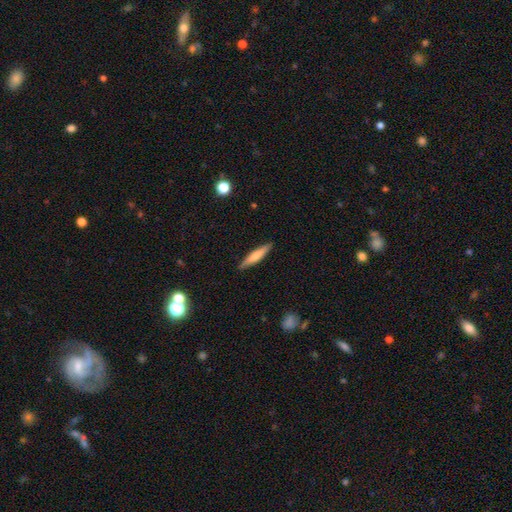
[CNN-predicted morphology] This appears to be a smooth galaxy with no disk features (62%) that is cigar-shaped (87%). Merging: none (90%).